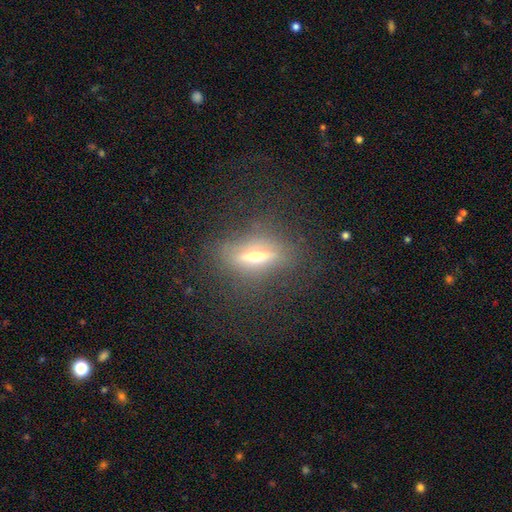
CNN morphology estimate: type=featured or disk (57%); edge-on=yes (82%); merging=none (78%).